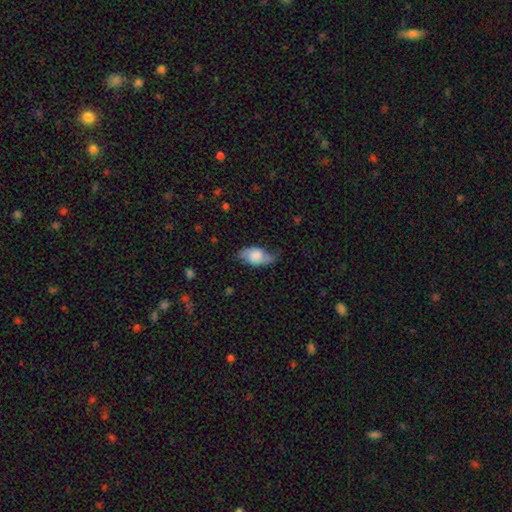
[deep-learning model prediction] Smooth or featured?
  - smooth: 50% *
  - featured or disk: 42%
  - star or artifact: 8%
Merging?
  - none: 57% *
  - minor disturbance: 31%
  - major disturbance: 11%
  - merger: 2%